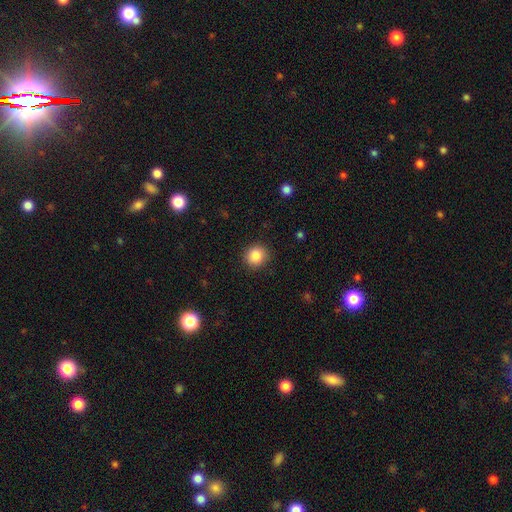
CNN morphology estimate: smooth_or_featured: smooth (p=0.87) [alt: star or artifact p=0.09]
how_rounded: round (p=0.87) [alt: in between p=0.12]
merging: none (p=0.89) [alt: minor disturbance p=0.08]